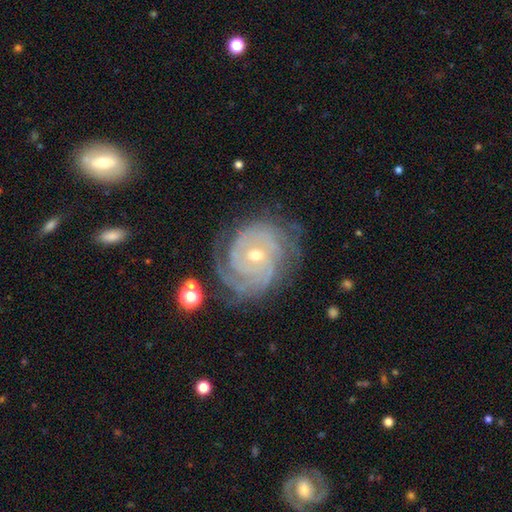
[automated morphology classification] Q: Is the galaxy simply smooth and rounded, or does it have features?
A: featured or disk — 89%.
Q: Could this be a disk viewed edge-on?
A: no — 97%.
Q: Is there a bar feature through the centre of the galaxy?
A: no — 68%.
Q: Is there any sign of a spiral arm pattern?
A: yes — 97%.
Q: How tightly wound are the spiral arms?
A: tight — 78%.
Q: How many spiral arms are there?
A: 3 — 27%.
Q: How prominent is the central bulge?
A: small — 50%.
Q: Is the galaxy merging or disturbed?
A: none — 72%.